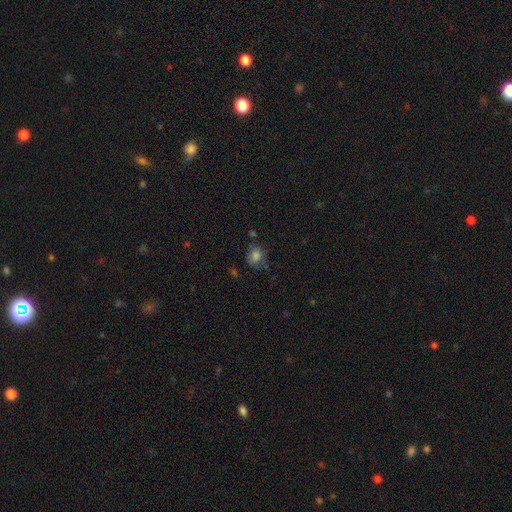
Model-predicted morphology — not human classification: smooth 77%, star or artifact 13%, featured or disk 11%. Down the decision tree: how rounded — round (61%); merging — none (55%).